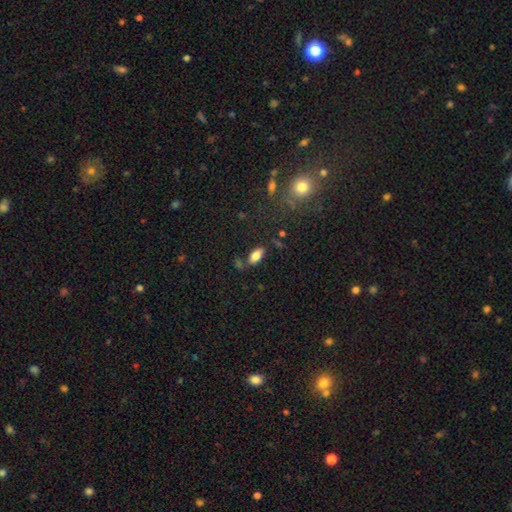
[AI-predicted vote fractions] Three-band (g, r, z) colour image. It shows a smooth galaxy with no disk features (80%) that is in between round and cigar-shaped (90%). Merging: none (74%).